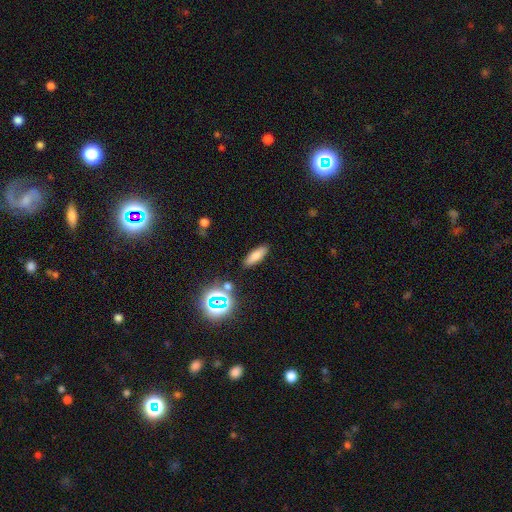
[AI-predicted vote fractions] Smooth or featured? smooth (73%)
How rounded? in between (58%)
Merging? none (87%)